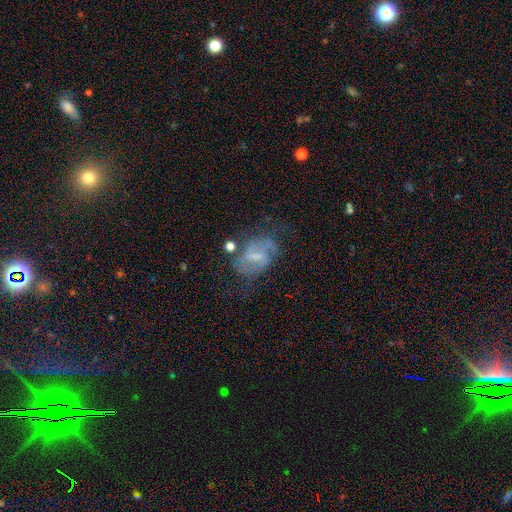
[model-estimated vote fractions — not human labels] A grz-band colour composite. It shows a featured or disk galaxy (67%) with a weak bar (54%), spiral arms (77%) and a small central bulge (41%). Merging: none (48%).